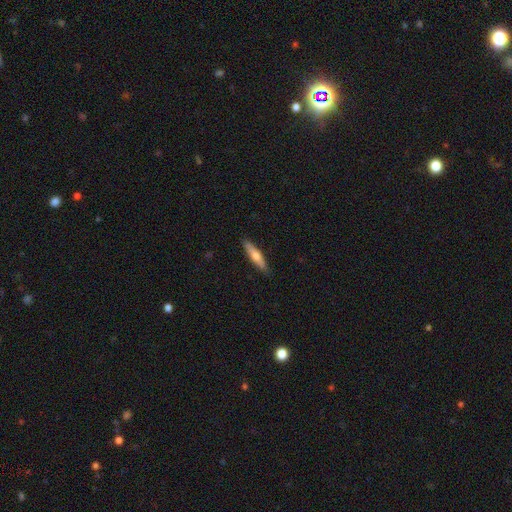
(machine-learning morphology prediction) smooth 59%, featured or disk 36%, star or artifact 5%. Down the decision tree: how rounded — cigar-shaped (81%); merging — none (89%).